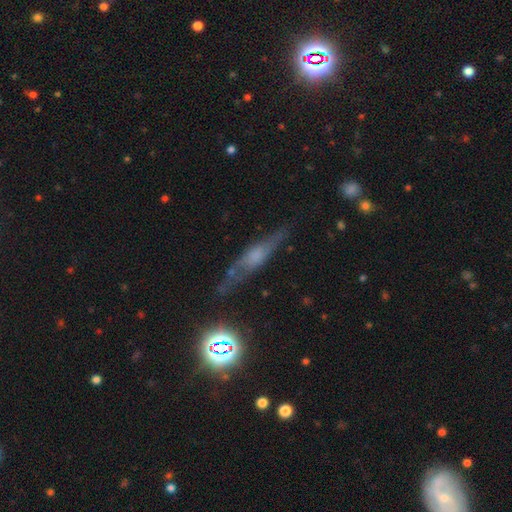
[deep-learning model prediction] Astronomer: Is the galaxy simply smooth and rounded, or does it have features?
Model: featured or disk — 58%.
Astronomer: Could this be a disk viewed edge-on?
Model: yes — 82%.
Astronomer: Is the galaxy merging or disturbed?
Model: none — 70%.